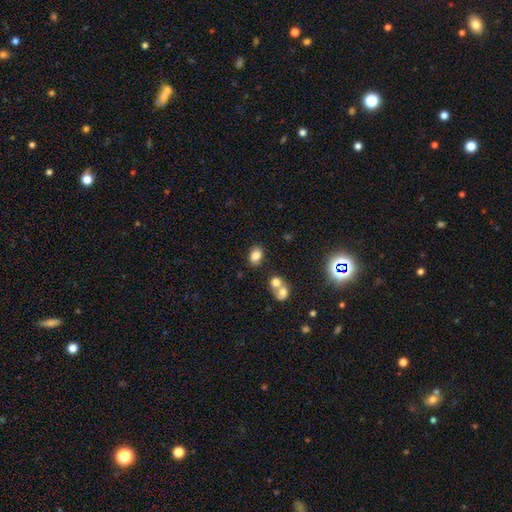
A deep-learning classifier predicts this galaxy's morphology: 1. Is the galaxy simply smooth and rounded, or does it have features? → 82% smooth, 10% star or artifact, 7% featured or disk.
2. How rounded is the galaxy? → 79% in between, 20% round, 1% cigar-shaped.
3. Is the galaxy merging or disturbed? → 75% none, 11% minor disturbance, 10% merger, 3% major disturbance.